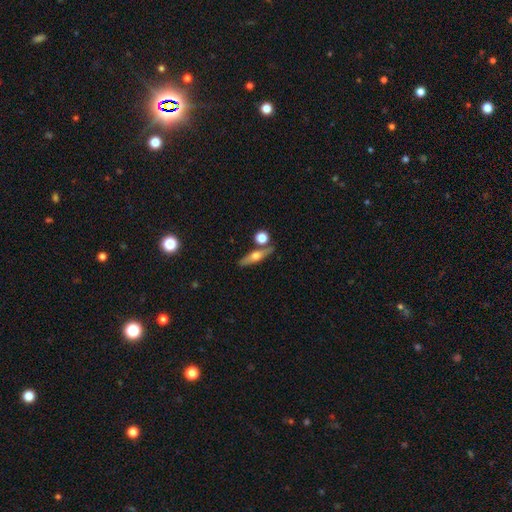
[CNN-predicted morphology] This is possibly a featured or disk galaxy (50%). It is clearly viewed edge-on (89%). Merging: likely none (74%).